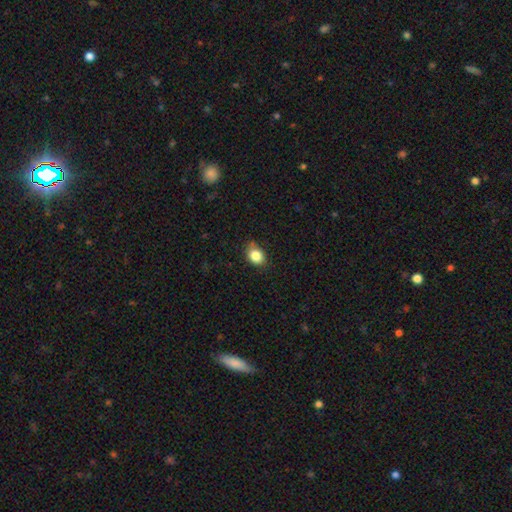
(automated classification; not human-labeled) Smooth or featured?
  - smooth: 84% *
  - star or artifact: 9%
  - featured or disk: 6%
How rounded?
  - in between: 62% *
  - round: 37%
  - cigar-shaped: 1%
Merging?
  - none: 72% *
  - minor disturbance: 23%
  - major disturbance: 4%
  - merger: 1%